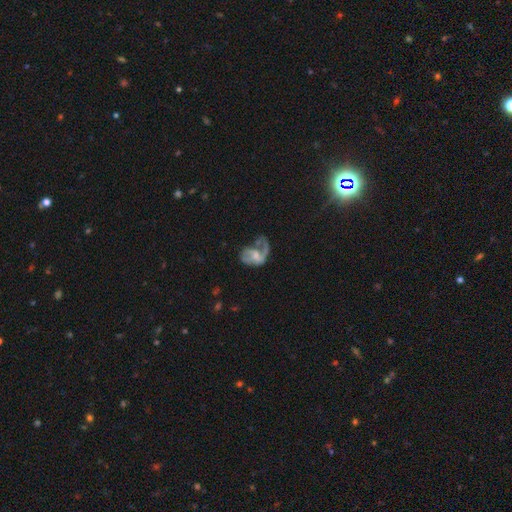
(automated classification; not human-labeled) Q: Smooth or featured?
A: featured or disk (64%); runner-up: smooth (27%)
Q: Edge-on disk?
A: no (98%); runner-up: yes (2%)
Q: Bar?
A: no (59%); runner-up: weak (33%)
Q: Spiral arms?
A: yes (63%); runner-up: no (37%)
Q: Bulge size?
A: small (37%); runner-up: moderate (32%)
Q: Merging?
A: major disturbance (49%); runner-up: none (25%)